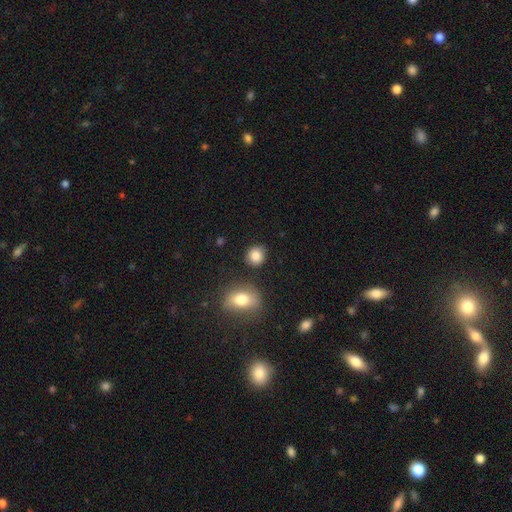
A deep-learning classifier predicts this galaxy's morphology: Smooth or featured? Predicted: smooth (p=0.86). How rounded? Predicted: round (p=0.79). Merging? Predicted: none (p=0.84).